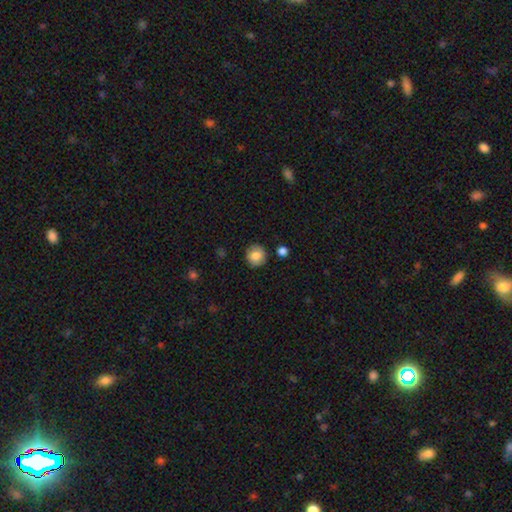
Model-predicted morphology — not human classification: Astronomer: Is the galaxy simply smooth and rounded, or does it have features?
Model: smooth — 81%.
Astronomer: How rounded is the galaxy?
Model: round — 88%.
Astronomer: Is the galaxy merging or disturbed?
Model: none — 86%.